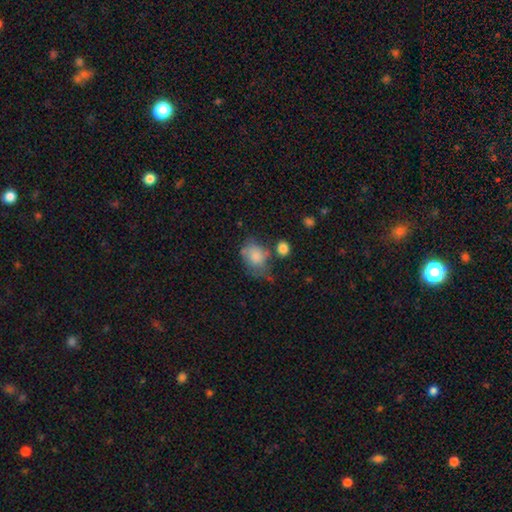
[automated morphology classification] This is likely a smooth galaxy (77%). How rounded: likely in between (61%). Merging: marginally none (37%).